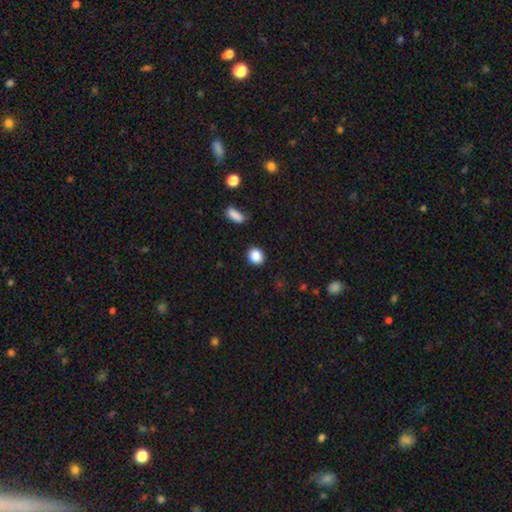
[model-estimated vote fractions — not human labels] smooth 87%, star or artifact 9%, featured or disk 4%. Down the decision tree: how rounded — round (71%); merging — none (89%).